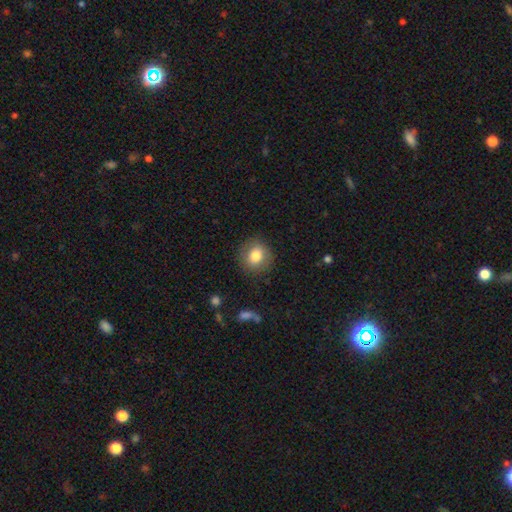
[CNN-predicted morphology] Smooth or featured? Predicted: smooth (p=0.78). How rounded? Predicted: round (p=0.84). Merging? Predicted: none (p=0.85).